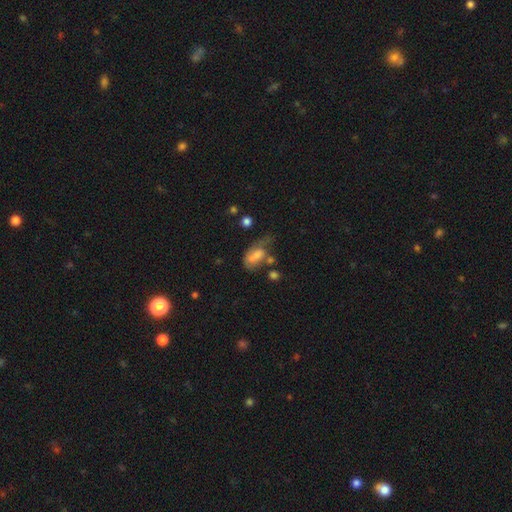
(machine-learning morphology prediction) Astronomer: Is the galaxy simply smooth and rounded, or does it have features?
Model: smooth — 61%.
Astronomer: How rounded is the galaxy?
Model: in between — 86%.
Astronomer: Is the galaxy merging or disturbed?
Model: major disturbance — 35% (runner-up: minor disturbance, 26%).